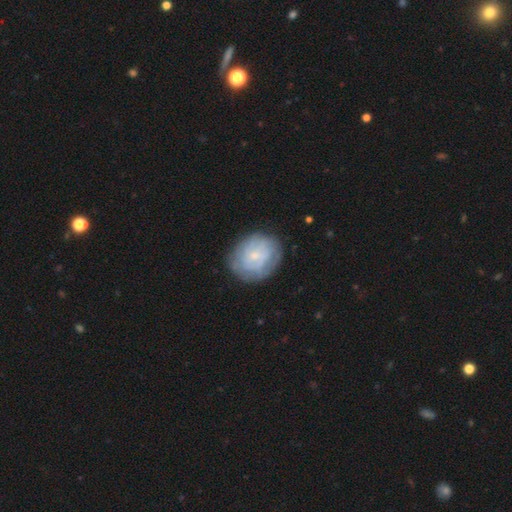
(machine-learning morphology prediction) Overall: featured or disk (53%; smooth 39%). Edge-on disk: no (97%). Bar: no (73%). Spiral arms: yes (68%; no 32%). Bulge size: small (74%). Merging: none (75%).